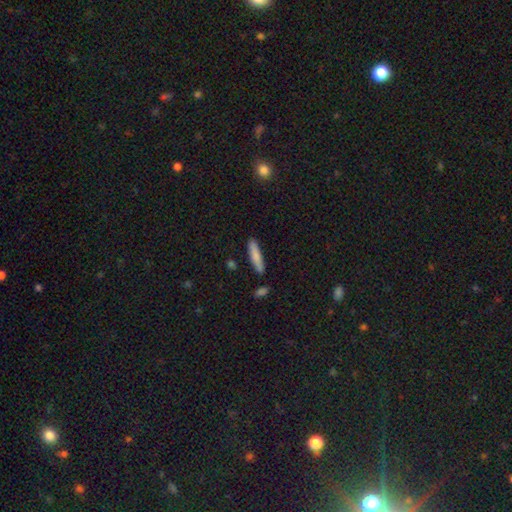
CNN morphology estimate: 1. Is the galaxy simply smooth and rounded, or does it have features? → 81% smooth, 13% featured or disk, 6% star or artifact.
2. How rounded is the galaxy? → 86% cigar-shaped, 13% in between, 1% round.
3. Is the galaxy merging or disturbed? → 85% none, 10% minor disturbance, 3% merger, 2% major disturbance.